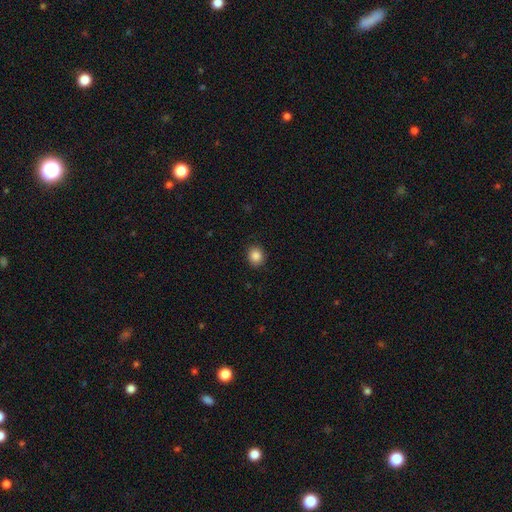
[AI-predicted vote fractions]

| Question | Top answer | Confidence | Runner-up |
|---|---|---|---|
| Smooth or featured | smooth | 87% | star or artifact (10%) |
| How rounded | round | 79% | in between (20%) |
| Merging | none | 90% | minor disturbance (7%) |